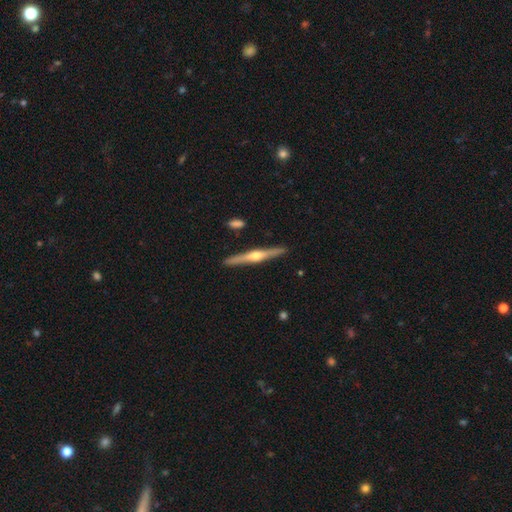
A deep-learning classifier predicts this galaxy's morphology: Q: Smooth or featured?
A: featured or disk (77%); runner-up: smooth (17%)
Q: Edge-on disk?
A: yes (98%); runner-up: no (2%)
Q: Edge-on bulge?
A: rounded (92%); runner-up: none (5%)
Q: Merging?
A: none (91%); runner-up: minor disturbance (6%)